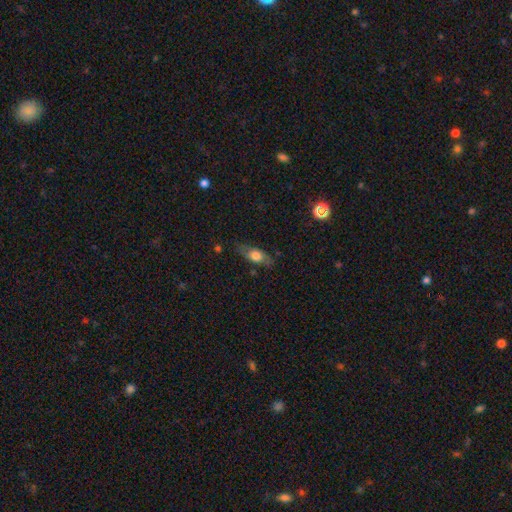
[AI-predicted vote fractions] Morphology: type=smooth (60%); roundness=in between (71%); merging=none (73%).